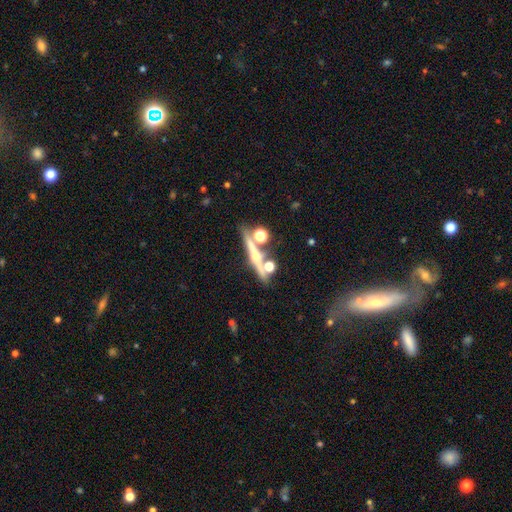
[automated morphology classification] featured or disk 62%, smooth 23%, star or artifact 15%. Down the decision tree: edge-on disk — yes (91%); edge-on bulge — rounded (85%); merging — none (72%).